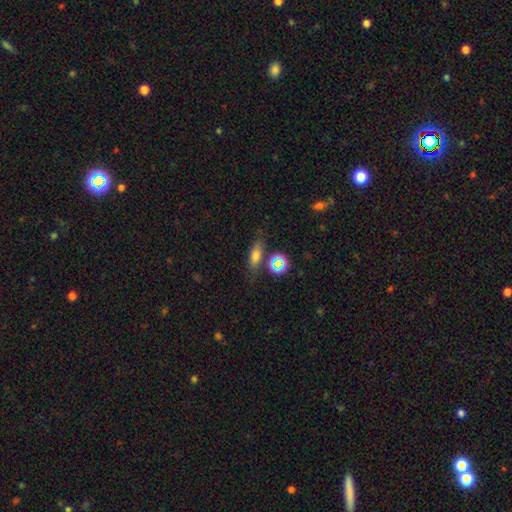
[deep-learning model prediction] smooth 67%, star or artifact 17%, featured or disk 16%. Down the decision tree: how rounded — in between (59%); merging — none (67%).